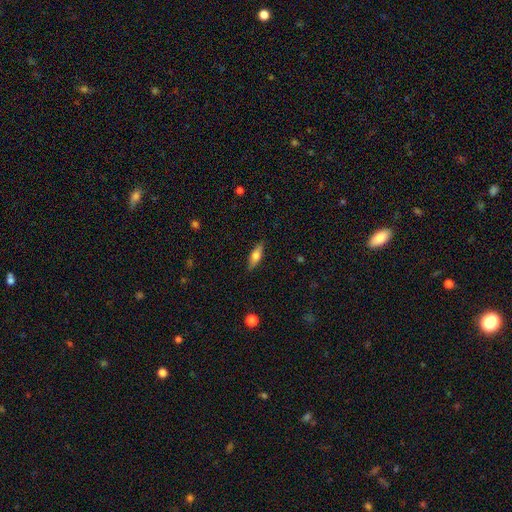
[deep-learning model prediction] This is likely a smooth galaxy (63%). How rounded: possibly in between (53%). Merging: clearly none (87%).